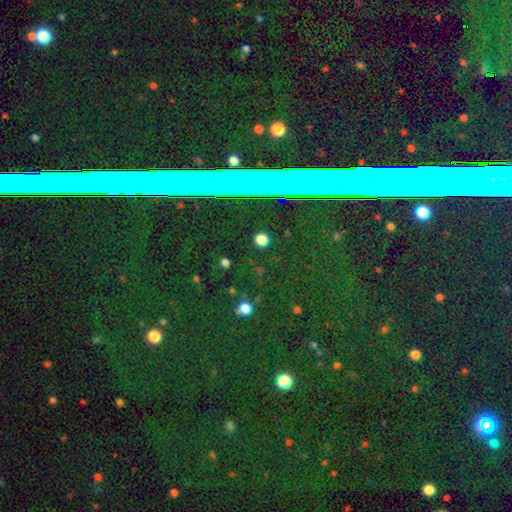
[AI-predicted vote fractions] Overall: star or artifact (81%).